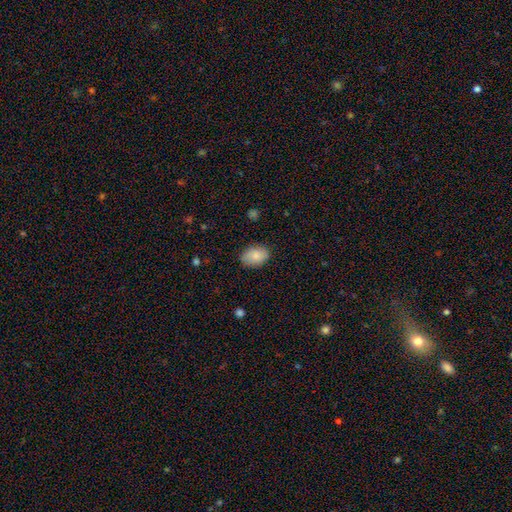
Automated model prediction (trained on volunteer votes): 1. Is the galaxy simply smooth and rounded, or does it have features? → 85% smooth, 8% featured or disk, 7% star or artifact.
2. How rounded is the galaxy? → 81% in between, 18% round, 1% cigar-shaped.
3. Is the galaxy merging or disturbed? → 83% none, 13% minor disturbance, 3% major disturbance, 1% merger.